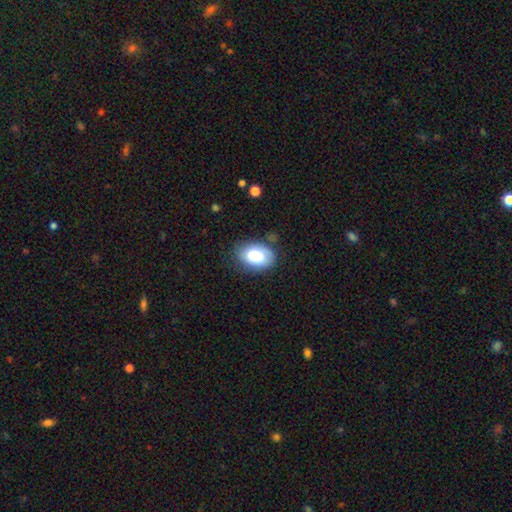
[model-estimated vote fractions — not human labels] Smooth or featured? smooth (80%)
How rounded? in between (89%)
Merging? none (69%)